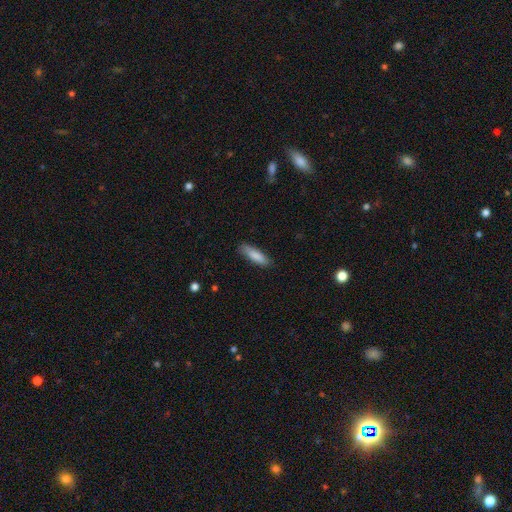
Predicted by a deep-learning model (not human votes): Q: Smooth or featured?
A: smooth (85%); runner-up: featured or disk (9%)
Q: How rounded?
A: cigar-shaped (59%); runner-up: in between (40%)
Q: Merging?
A: none (82%); runner-up: minor disturbance (14%)